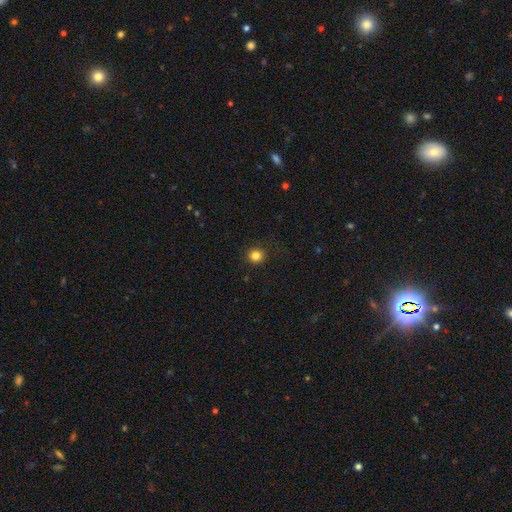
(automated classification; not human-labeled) Morphology: type=smooth (83%); roundness=round (92%); merging=none (90%).